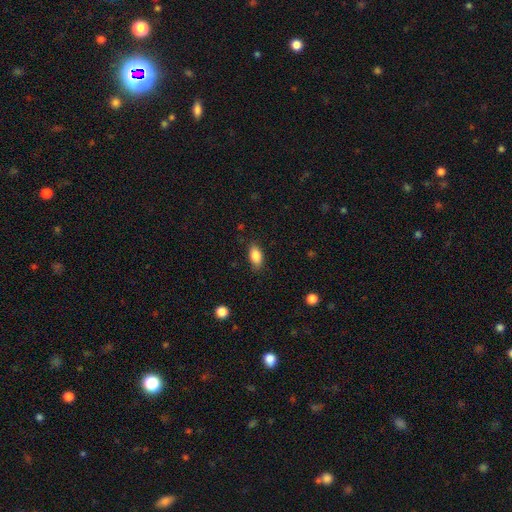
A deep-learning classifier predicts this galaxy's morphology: Smooth or featured? Predicted: smooth (p=0.85). How rounded? Predicted: in between (p=0.89). Merging? Predicted: none (p=0.83).